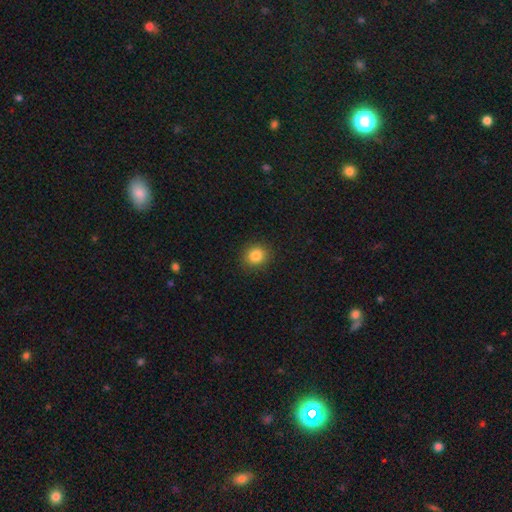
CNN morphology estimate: smooth_or_featured: smooth (p=0.84) [alt: star or artifact p=0.11]
how_rounded: round (p=0.82) [alt: in between p=0.17]
merging: none (p=0.90) [alt: minor disturbance p=0.07]